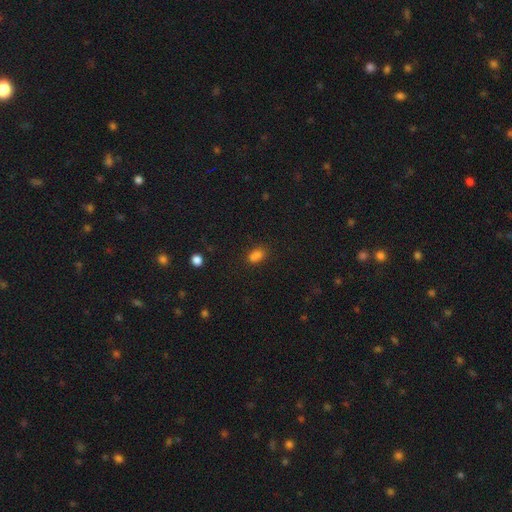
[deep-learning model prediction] smooth_or_featured: smooth (p=0.78) [alt: star or artifact p=0.15]
how_rounded: in between (p=0.76) [alt: round p=0.21]
merging: none (p=0.59) [alt: merger p=0.20]